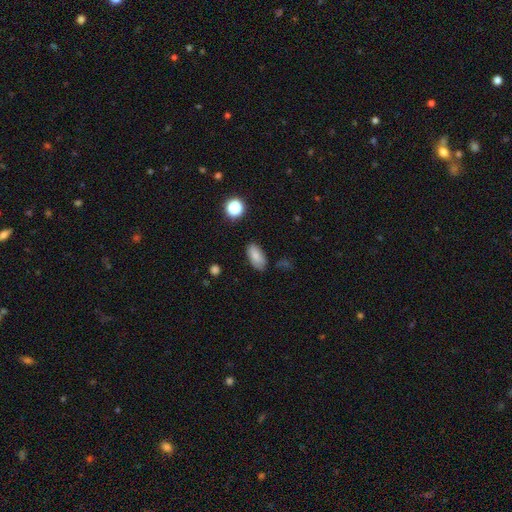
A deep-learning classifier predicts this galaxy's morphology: smooth_or_featured: smooth (p=0.79) [alt: featured or disk p=0.12]
how_rounded: in between (p=0.91) [alt: cigar-shaped p=0.05]
merging: none (p=0.75) [alt: minor disturbance p=0.19]